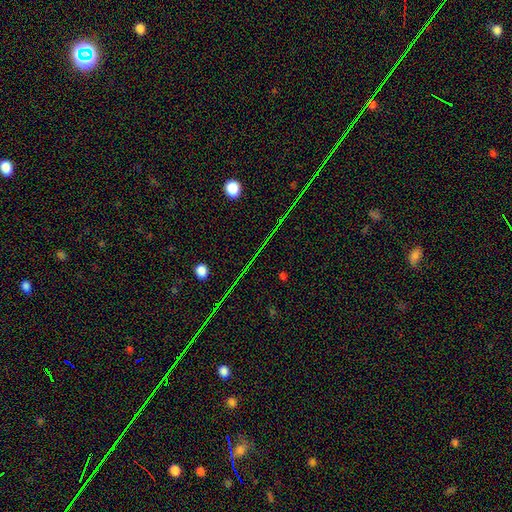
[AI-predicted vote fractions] Smooth or featured?
  - star or artifact: 80% *
  - smooth: 12%
  - featured or disk: 8%